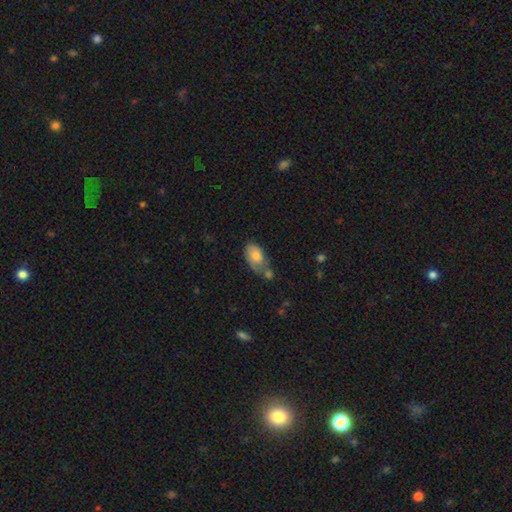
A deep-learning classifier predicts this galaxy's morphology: Smooth or featured? Predicted: smooth (p=0.71). How rounded? Predicted: in between (p=0.90). Merging? Predicted: none (p=0.36).